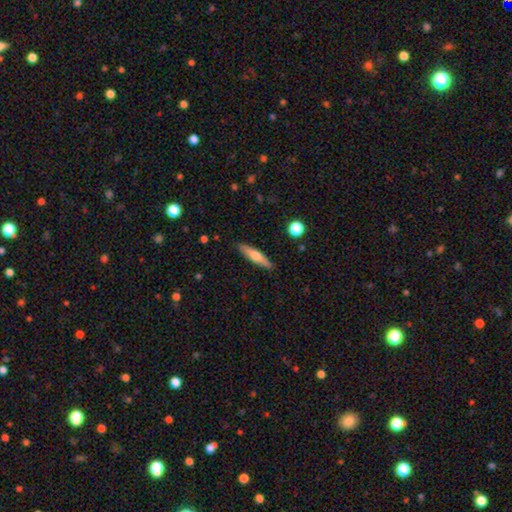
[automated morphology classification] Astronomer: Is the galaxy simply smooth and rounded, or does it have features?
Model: smooth — 59% (runner-up: featured or disk, 35%).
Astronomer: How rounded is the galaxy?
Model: cigar-shaped — 78%.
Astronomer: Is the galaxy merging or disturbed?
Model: none — 88%.